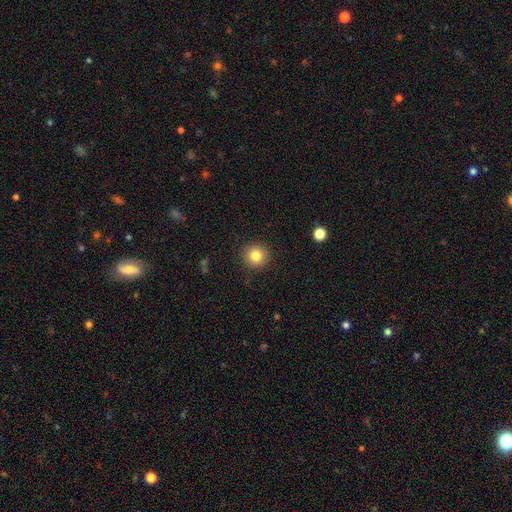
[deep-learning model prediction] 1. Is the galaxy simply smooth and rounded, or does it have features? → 82% smooth, 11% star or artifact, 7% featured or disk.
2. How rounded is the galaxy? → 94% round, 5% in between, 1% cigar-shaped.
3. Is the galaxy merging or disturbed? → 92% none, 5% minor disturbance, 2% major disturbance, 1% merger.